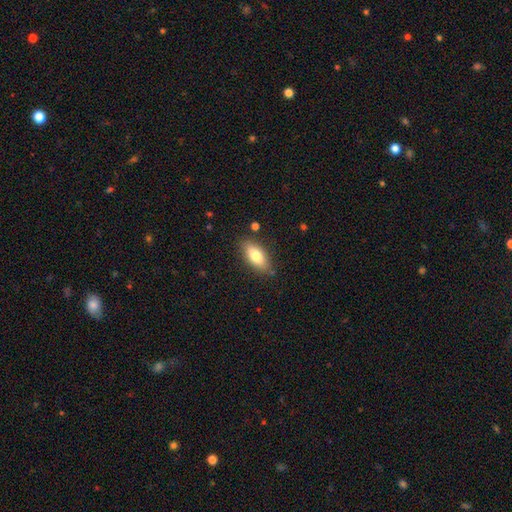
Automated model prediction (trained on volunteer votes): The model was most divided on "smooth or featured": smooth: 76%, featured or disk: 17%, star or artifact: 7%. More confident: merging — none (82%); how rounded — in between (82%).